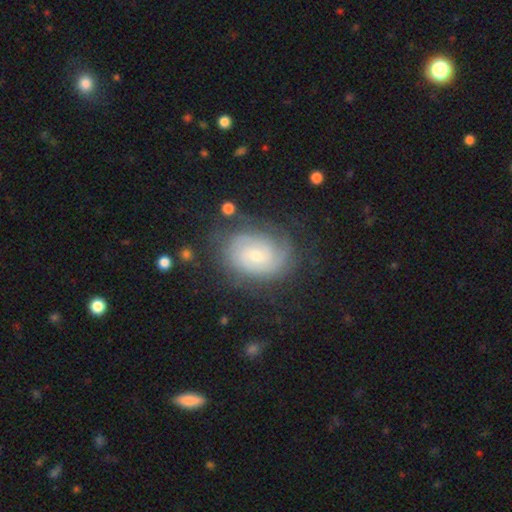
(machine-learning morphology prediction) A featured or disk galaxy (77%) with no bar (63%), tight (68%) spiral arms (94%) and a small central bulge (56%). Merging: none (72%).